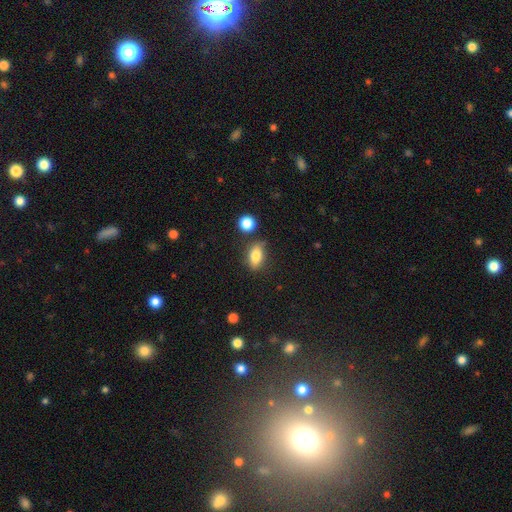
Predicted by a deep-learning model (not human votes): smooth 77%, featured or disk 14%, star or artifact 9%. Down the decision tree: how rounded — in between (81%); merging — none (74%).